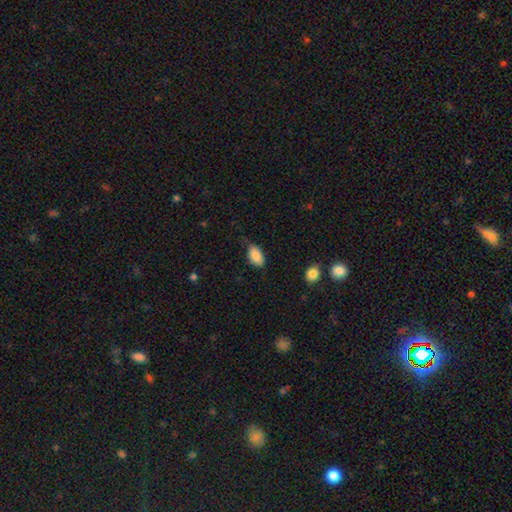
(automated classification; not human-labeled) Smooth or featured?
  - smooth: 88% *
  - star or artifact: 7%
  - featured or disk: 5%
How rounded?
  - in between: 93% *
  - round: 5%
  - cigar-shaped: 2%
Merging?
  - none: 66% *
  - minor disturbance: 27%
  - major disturbance: 5%
  - merger: 2%